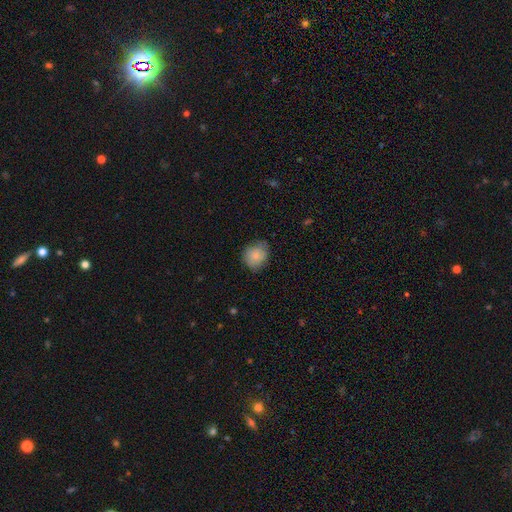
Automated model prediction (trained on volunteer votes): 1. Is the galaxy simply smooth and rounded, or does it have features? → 78% smooth, 14% featured or disk, 7% star or artifact.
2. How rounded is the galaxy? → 65% round, 34% in between, 1% cigar-shaped.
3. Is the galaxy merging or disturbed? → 72% none, 23% minor disturbance, 5% major disturbance, 1% merger.